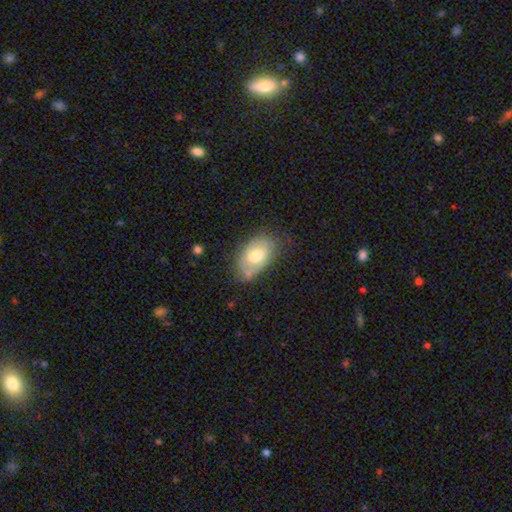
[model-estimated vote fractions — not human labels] This appears to be a smooth galaxy with no disk features (64%) that is in between round and cigar-shaped (92%). Merging: none (63%).